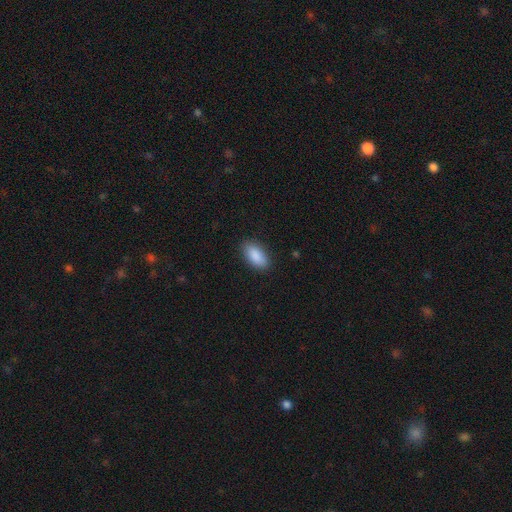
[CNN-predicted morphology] This appears to be a smooth galaxy with no disk features (90%) that is in between round and cigar-shaped (92%). Merging: none (88%).